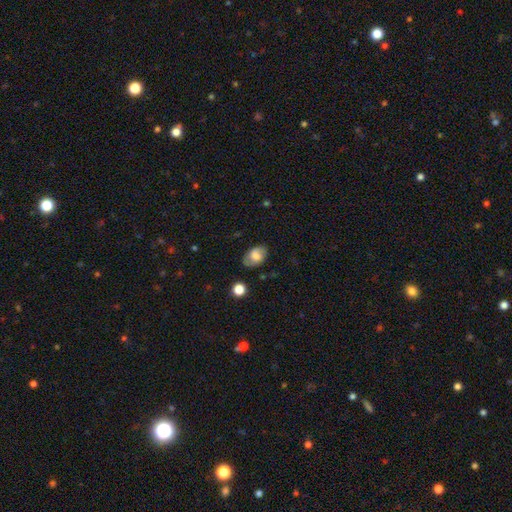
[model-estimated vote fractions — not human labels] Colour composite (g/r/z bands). It shows a smooth galaxy with no disk features (64%) that is in between round and cigar-shaped (86%). Merging: none (77%).